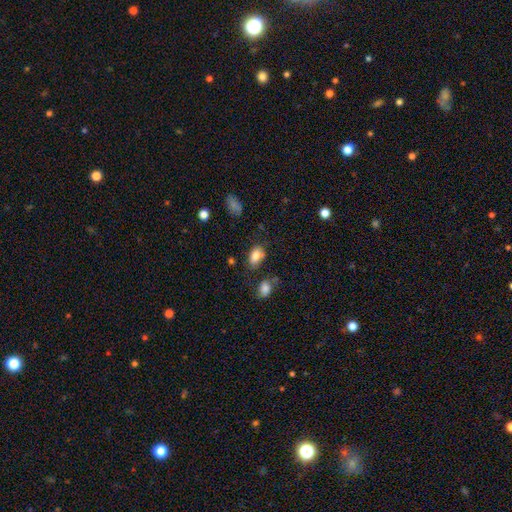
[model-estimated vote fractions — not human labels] Morphology: type=smooth (82%); roundness=in between (87%); merging=none (67%).